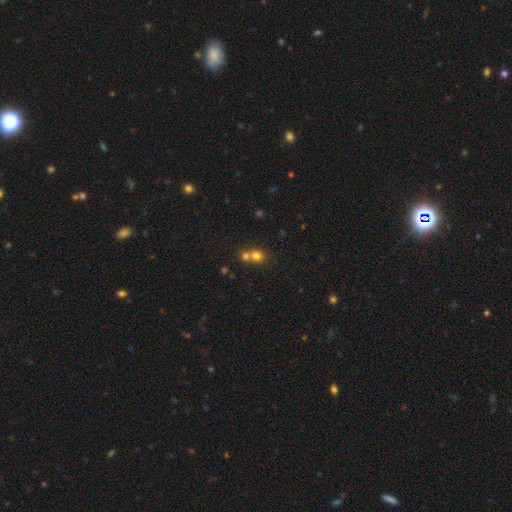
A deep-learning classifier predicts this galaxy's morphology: A smooth galaxy with no disk features (75%) that is round (83%). Merging: merger (54%).